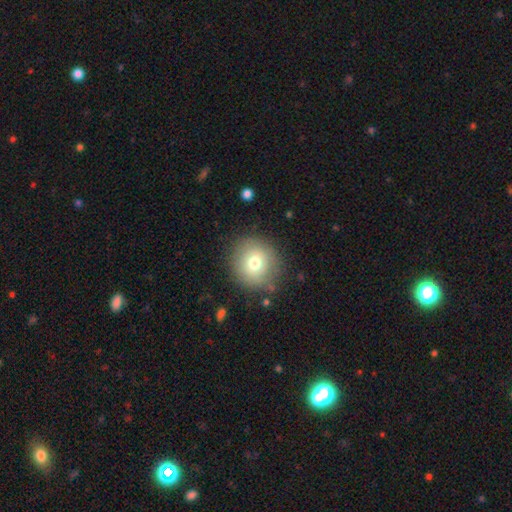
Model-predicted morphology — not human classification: Smooth or featured?
  - smooth: 58% *
  - star or artifact: 21%
  - featured or disk: 21%
How rounded?
  - round: 90% *
  - in between: 8%
  - cigar-shaped: 1%
Merging?
  - none: 85% *
  - minor disturbance: 10%
  - major disturbance: 4%
  - merger: 2%